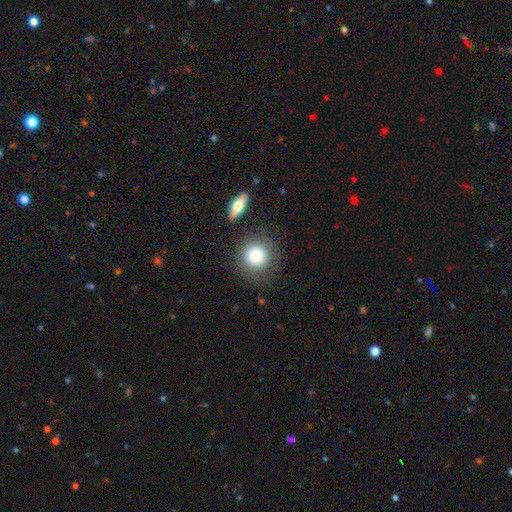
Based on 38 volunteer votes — Overall: smooth (89%). How rounded: round (100%). Merging: none (83%).